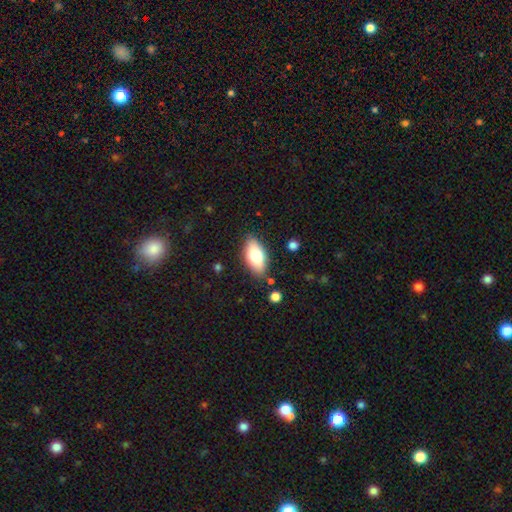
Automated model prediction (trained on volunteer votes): smooth-or-featured: smooth: 76% | featured or disk: 17% | star or artifact: 7%
  how-rounded: in between: 88% | cigar-shaped: 9% | round: 3%
  merging: none: 84% | minor disturbance: 12% | major disturbance: 3% | merger: 2%